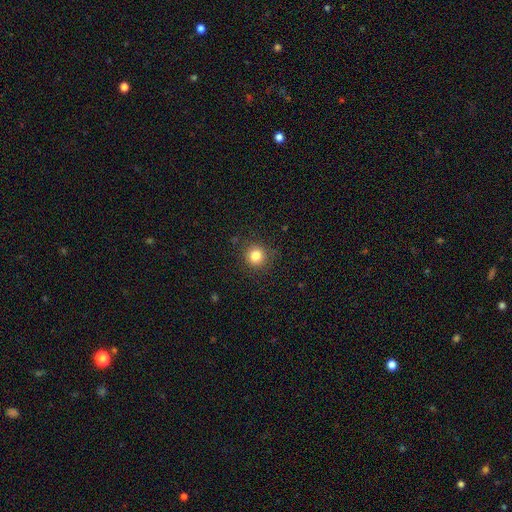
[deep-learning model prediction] smooth 82%, star or artifact 12%, featured or disk 6%. Down the decision tree: how rounded — round (93%); merging — none (89%).